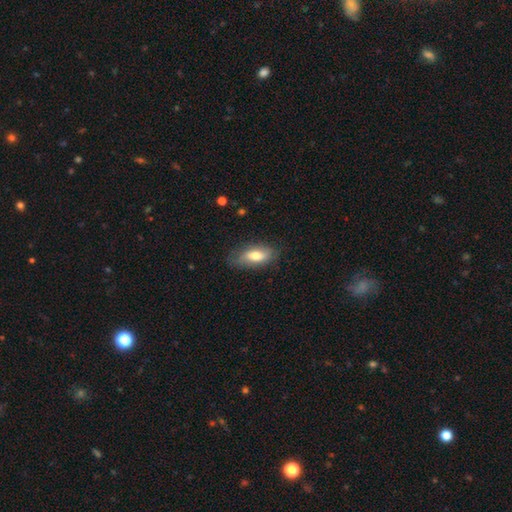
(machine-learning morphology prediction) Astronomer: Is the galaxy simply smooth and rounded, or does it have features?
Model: smooth — 67%.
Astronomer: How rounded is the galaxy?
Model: in between — 84%.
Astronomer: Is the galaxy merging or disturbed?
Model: none — 70%.